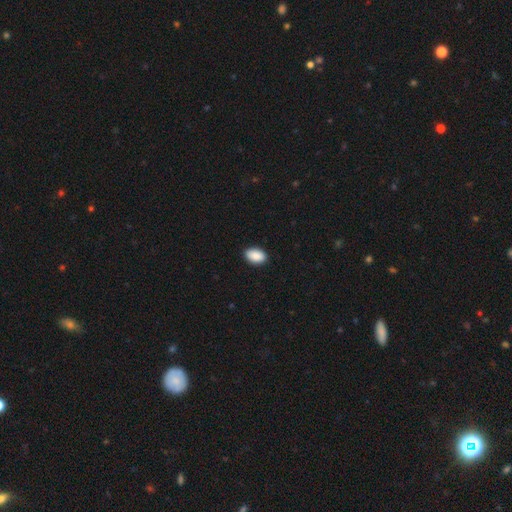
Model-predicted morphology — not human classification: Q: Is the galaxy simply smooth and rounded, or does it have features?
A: smooth — 90%.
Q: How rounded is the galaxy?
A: in between — 93%.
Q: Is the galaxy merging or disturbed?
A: none — 89%.